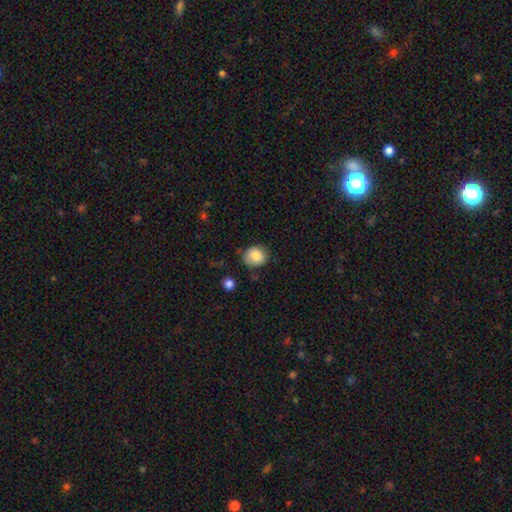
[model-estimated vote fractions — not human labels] Smooth or featured: smooth — 83% (star or artifact — 9%)
How rounded: round — 78% (in between — 21%)
Merging: none — 77% (minor disturbance — 17%)